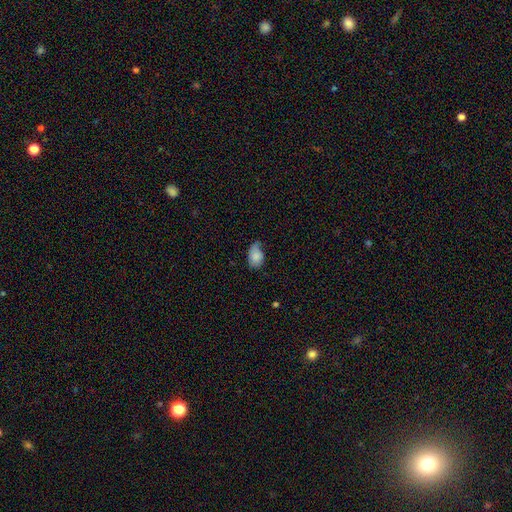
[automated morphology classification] smooth 79%, featured or disk 13%, star or artifact 8%. Down the decision tree: how rounded — in between (82%); merging — minor disturbance (44%).